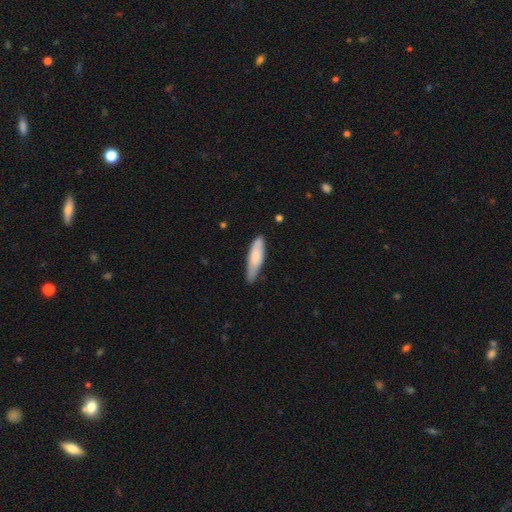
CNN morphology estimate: Overall: smooth (75%). How rounded: cigar-shaped (67%; in between 31%). Merging: none (67%; minor disturbance 27%).